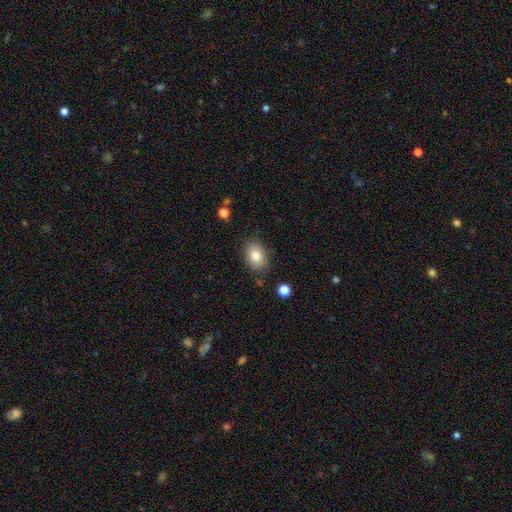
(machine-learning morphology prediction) A smooth galaxy with no disk features (82%) that is in between round and cigar-shaped (78%).

Vote fractions:
- Smooth or featured? smooth: 82% / featured or disk: 10% / star or artifact: 8%
- How rounded? in between: 78% / round: 21% / cigar-shaped: 1%
- Merging? none: 83% / minor disturbance: 12% / major disturbance: 3% / merger: 2%